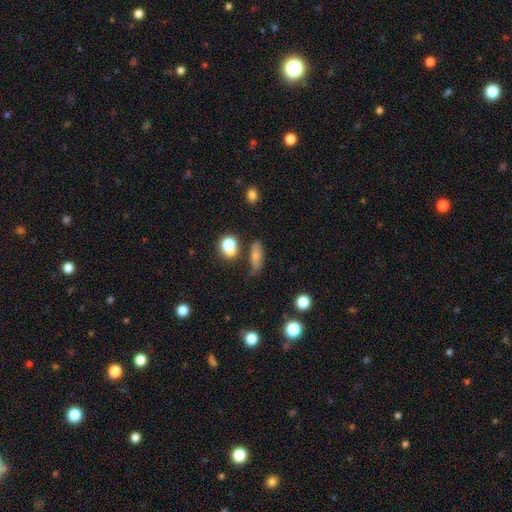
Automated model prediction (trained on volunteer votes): smooth 72%, featured or disk 17%, star or artifact 12%. Down the decision tree: how rounded — in between (57%); merging — none (67%).